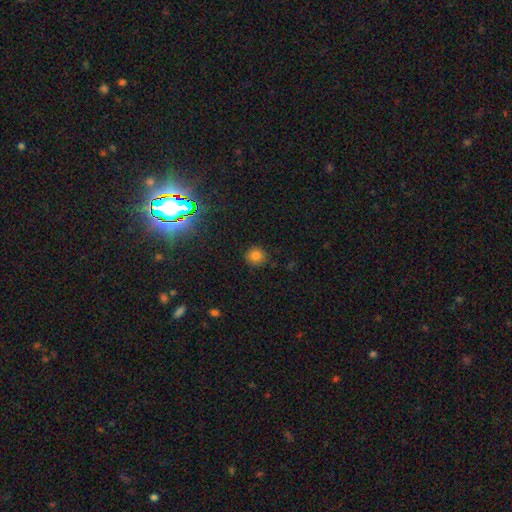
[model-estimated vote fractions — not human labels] Q: Smooth or featured?
A: smooth (79%); runner-up: star or artifact (15%)
Q: How rounded?
A: round (89%); runner-up: in between (10%)
Q: Merging?
A: none (88%); runner-up: minor disturbance (8%)